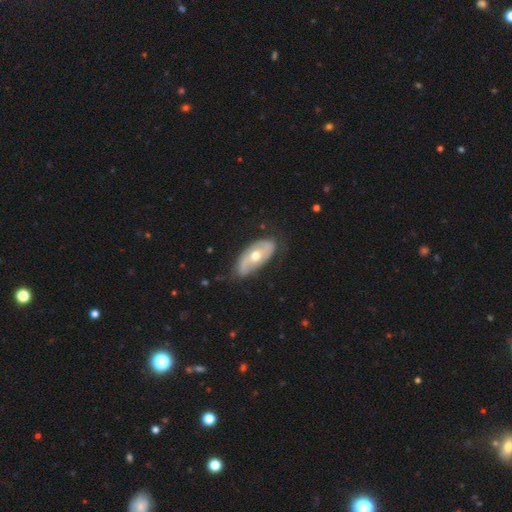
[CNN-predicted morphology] The model was most divided on "smooth or featured": featured or disk: 58%, smooth: 37%, star or artifact: 5%. More confident: edge-on disk — no (86%); merging — none (68%).